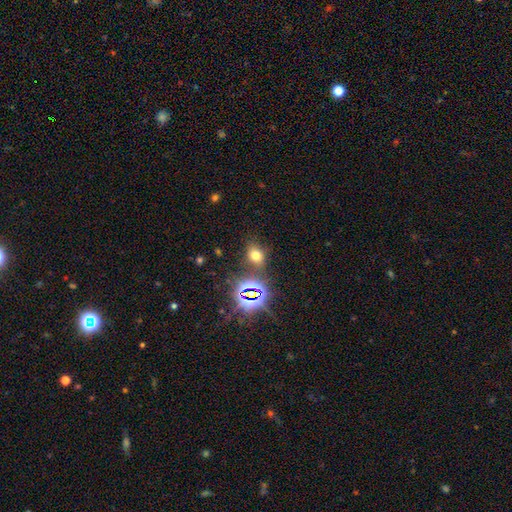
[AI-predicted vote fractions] This appears to be a smooth galaxy with no disk features (60%) that is in between round and cigar-shaped (57%). Merging: none (78%).